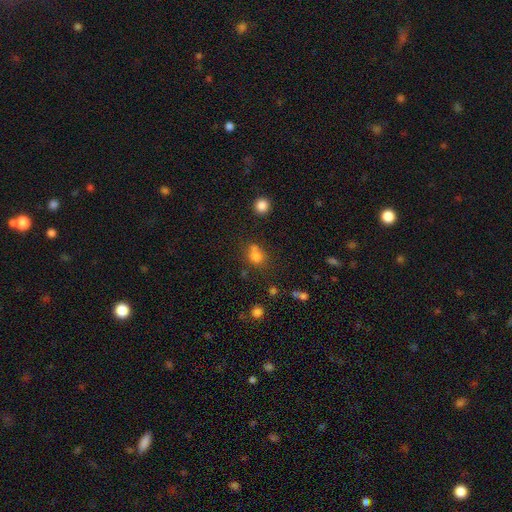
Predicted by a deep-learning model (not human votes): A smooth galaxy with no disk features (75%) that is round (65%). Merging: none (46%).